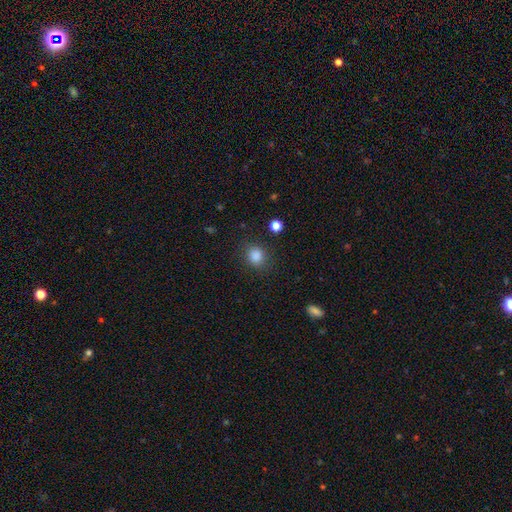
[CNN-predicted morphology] Smooth or featured? Predicted: smooth (p=0.84). How rounded? Predicted: round (p=0.73). Merging? Predicted: none (p=0.83).